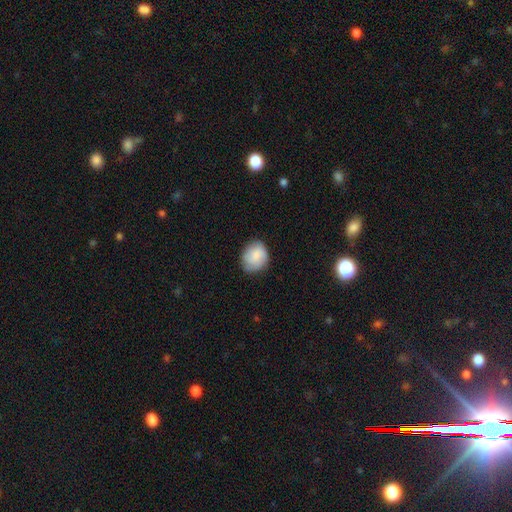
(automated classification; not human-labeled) Smooth or featured: smooth — 81% (featured or disk — 13%)
How rounded: round — 57% (in between — 42%)
Merging: none — 73% (minor disturbance — 22%)